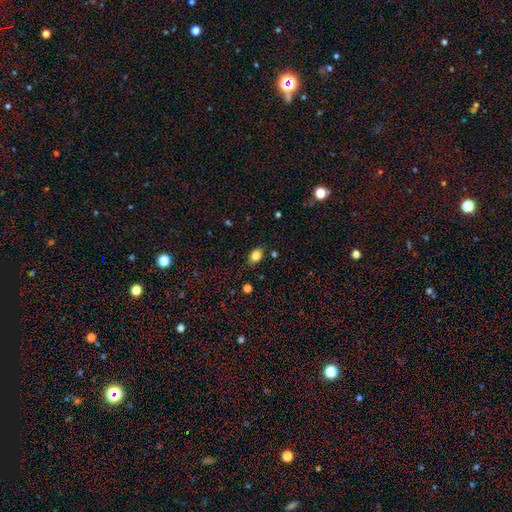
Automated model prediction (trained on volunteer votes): A smooth galaxy with no disk features (83%) that is in between round and cigar-shaped (78%). Merging: none (82%).